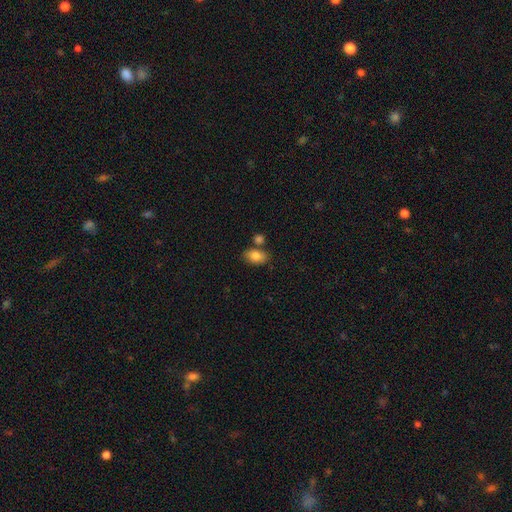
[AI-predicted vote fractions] This is clearly a smooth galaxy (84%). How rounded: clearly in between (88%). Merging: likely none (68%).